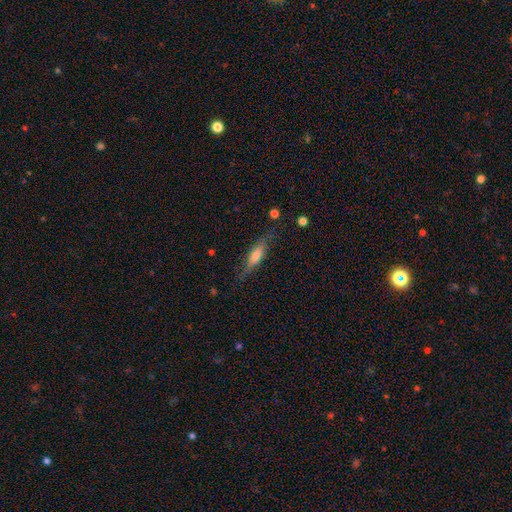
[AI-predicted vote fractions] smooth 51%, featured or disk 42%, star or artifact 7%. Down the decision tree: how rounded — cigar-shaped (68%); merging — none (76%).